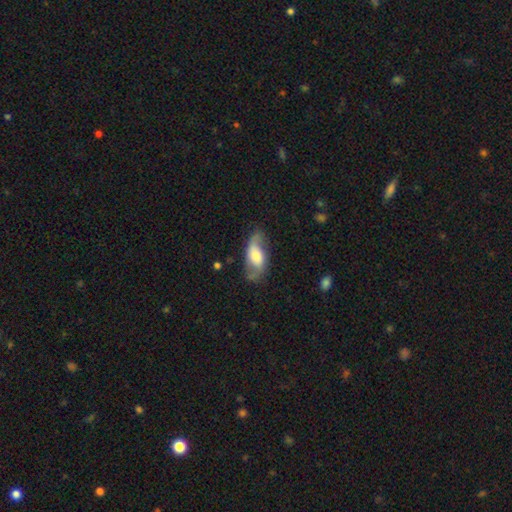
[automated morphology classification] This appears to be a featured or disk galaxy (63%) with no bar (52%), spiral arms (87%) and a moderate central bulge (50%). Merging: none (65%).